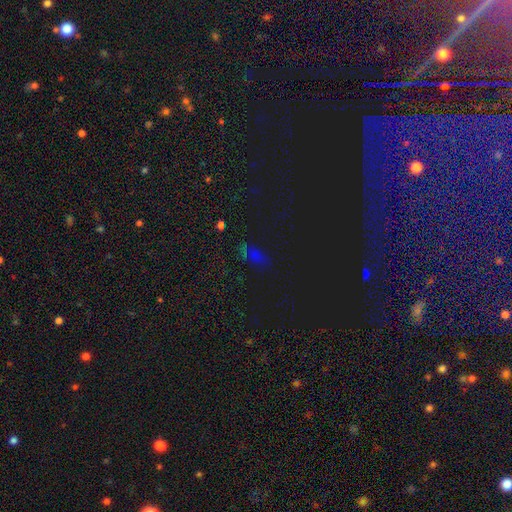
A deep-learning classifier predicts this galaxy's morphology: A star or artifact, not a galaxy (62%).